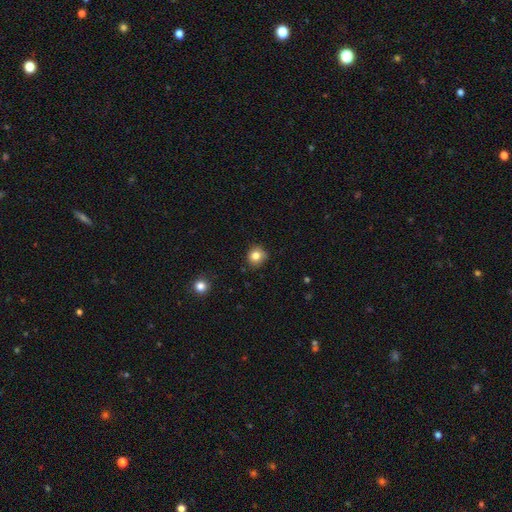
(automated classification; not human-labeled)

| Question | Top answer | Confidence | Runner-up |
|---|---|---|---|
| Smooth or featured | smooth | 81% | star or artifact (12%) |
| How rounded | round | 86% | in between (13%) |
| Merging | none | 83% | minor disturbance (13%) |